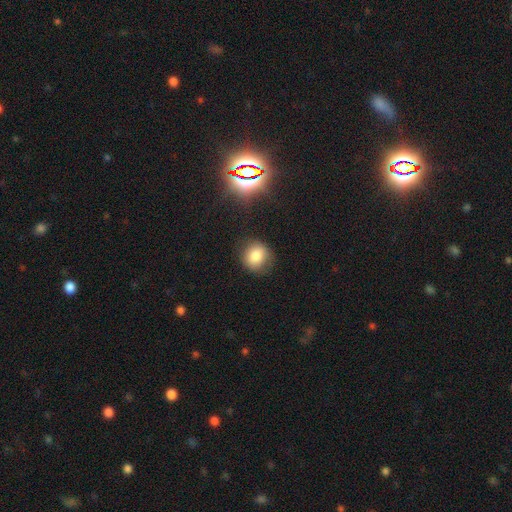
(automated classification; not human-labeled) Overall: smooth (80%). How rounded: round (84%). Merging: none (80%).